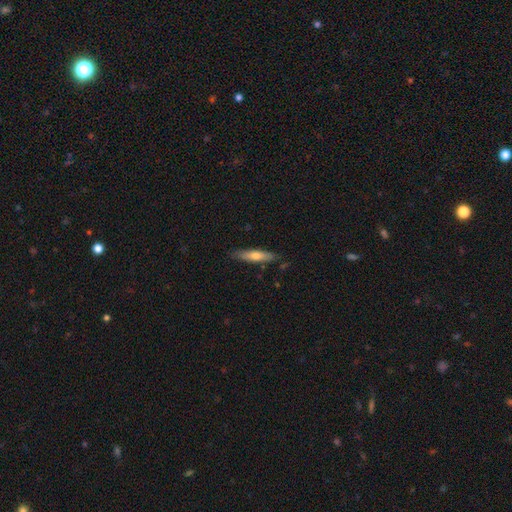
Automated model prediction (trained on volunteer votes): smooth_or_featured: smooth (p=0.61) [alt: featured or disk p=0.34]
how_rounded: cigar-shaped (p=0.79) [alt: in between p=0.19]
merging: none (p=0.83) [alt: minor disturbance p=0.13]